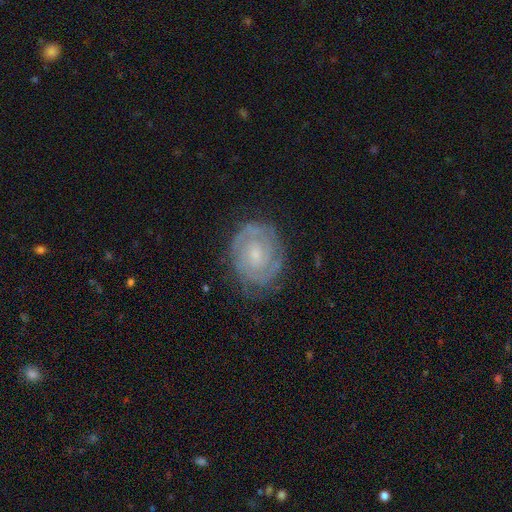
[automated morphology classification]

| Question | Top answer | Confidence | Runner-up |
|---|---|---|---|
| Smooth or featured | featured or disk | 82% | smooth (12%) |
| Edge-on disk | no | 97% | yes (3%) |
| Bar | no | 58% | weak (35%) |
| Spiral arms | yes | 95% | no (5%) |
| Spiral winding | tight | 73% | medium (22%) |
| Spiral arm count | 2 | 49% | can't tell (25%) |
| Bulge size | small | 65% | moderate (27%) |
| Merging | none | 76% | minor disturbance (17%) |